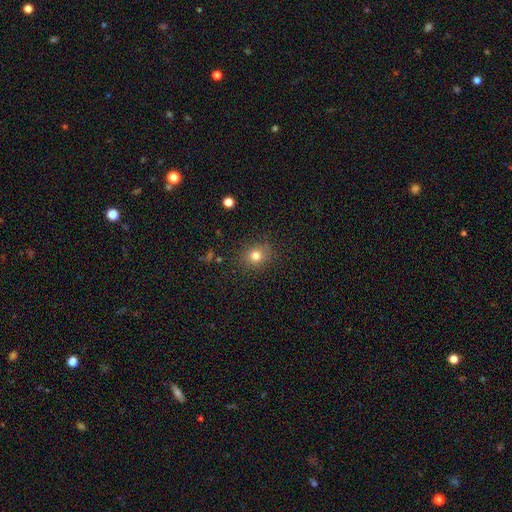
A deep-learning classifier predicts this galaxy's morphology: smooth-or-featured: smooth: 79% | star or artifact: 14% | featured or disk: 8%
  how-rounded: round: 72% | in between: 27% | cigar-shaped: 1%
  merging: none: 86% | minor disturbance: 9% | major disturbance: 3% | merger: 1%